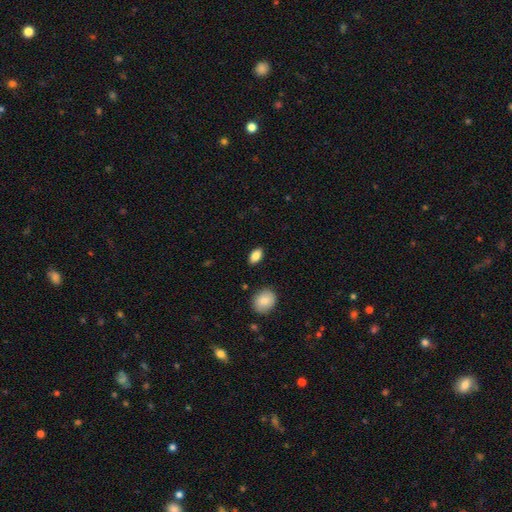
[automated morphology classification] smooth_or_featured: smooth (p=0.85) [alt: star or artifact p=0.08]
how_rounded: in between (p=0.89) [alt: round p=0.07]
merging: none (p=0.87) [alt: minor disturbance p=0.09]